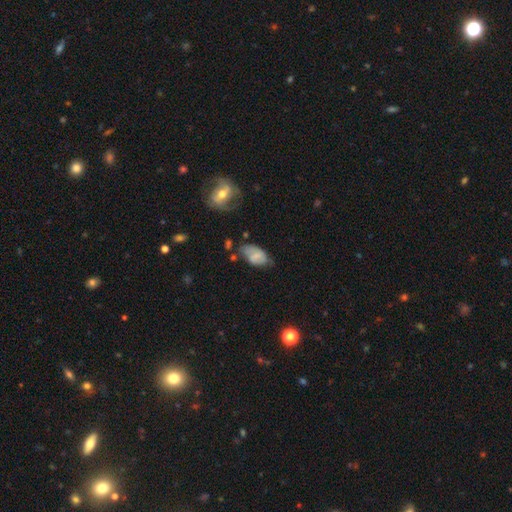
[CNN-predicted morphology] This is likely a smooth galaxy (66%). How rounded: clearly in between (92%). Merging: marginally none (44%).